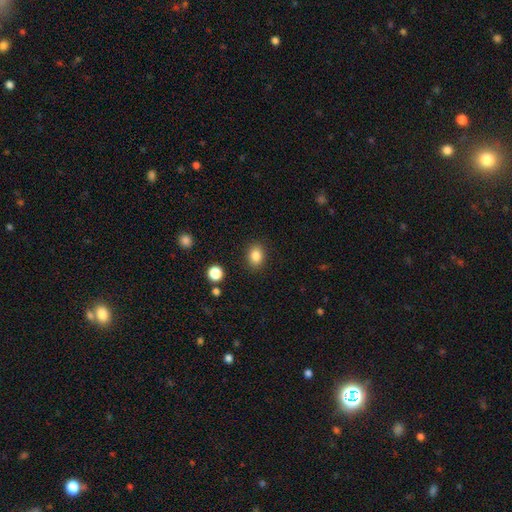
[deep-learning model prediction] Overall: smooth (85%). How rounded: in between (59%; round 40%). Merging: none (88%).